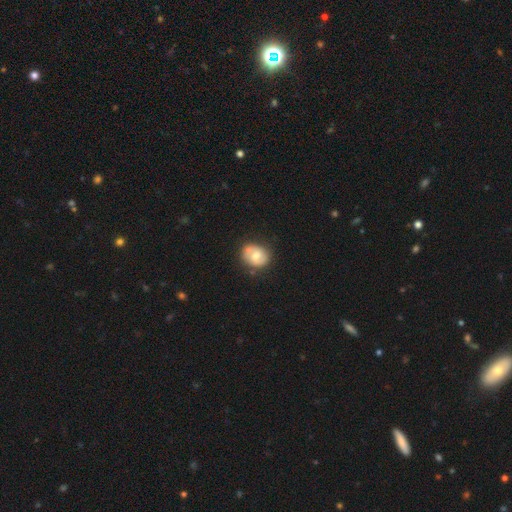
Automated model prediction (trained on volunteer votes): This is possibly a featured or disk galaxy (48%). Merging: likely none (76%).